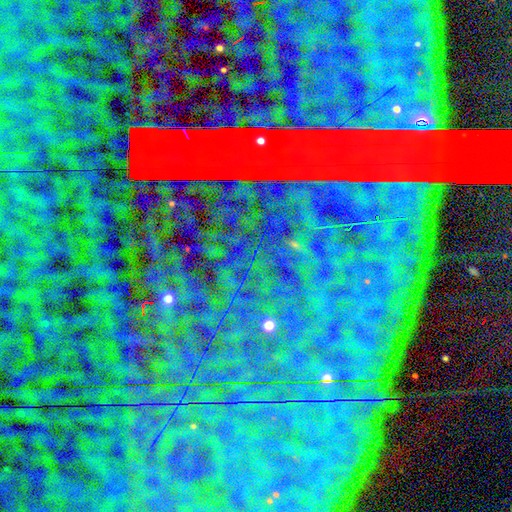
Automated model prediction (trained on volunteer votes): This is clearly a star or artifact rather than a galaxy (87%).